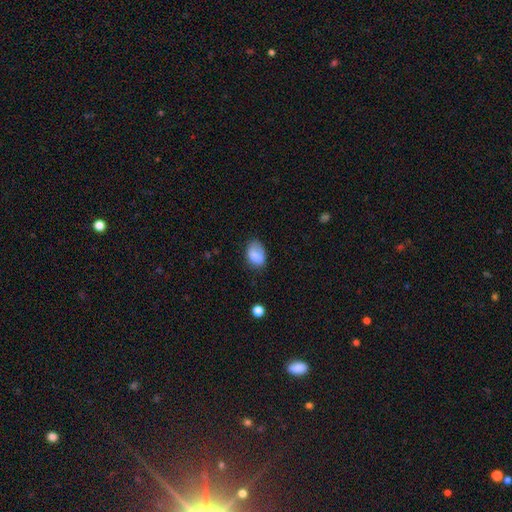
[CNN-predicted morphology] smooth 82%, featured or disk 10%, star or artifact 8%. Down the decision tree: how rounded — in between (83%); merging — none (59%).